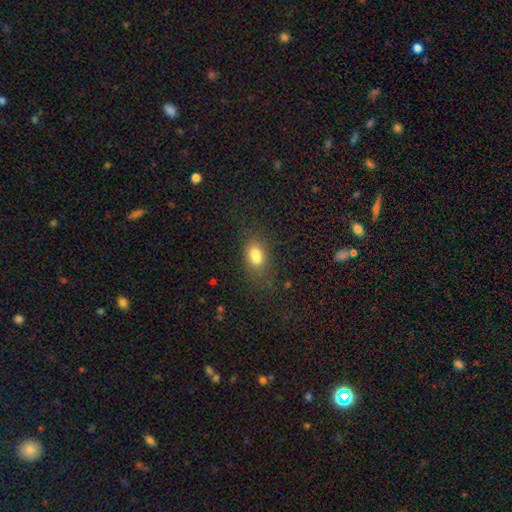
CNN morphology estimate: type=smooth (75%); roundness=in between (79%); merging=none (46%).